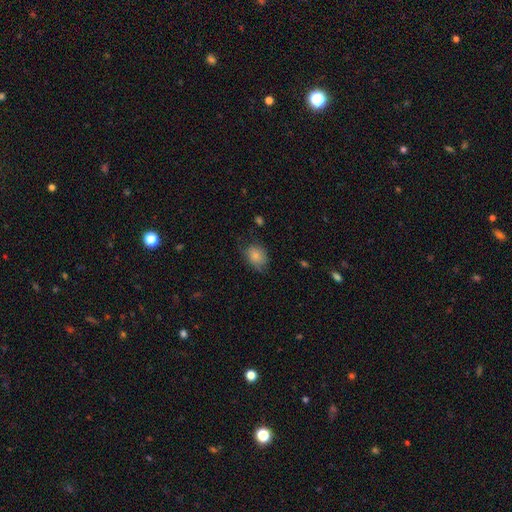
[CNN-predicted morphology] Smooth or featured? Predicted: smooth (p=0.80). How rounded? Predicted: in between (p=0.62). Merging? Predicted: none (p=0.61).